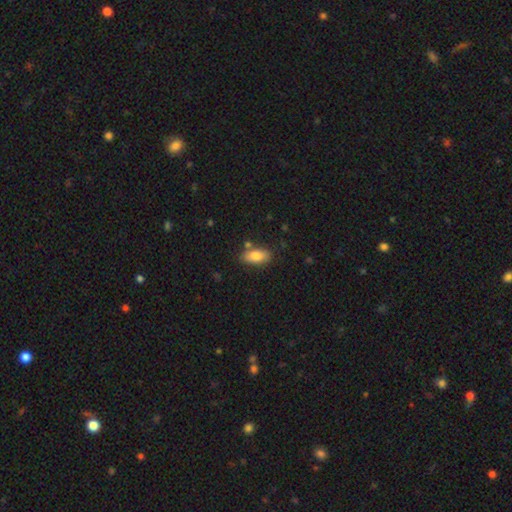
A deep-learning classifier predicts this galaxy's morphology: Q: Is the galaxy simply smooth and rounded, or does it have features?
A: smooth — 83%.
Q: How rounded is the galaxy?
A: in between — 89%.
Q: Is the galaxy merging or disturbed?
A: none — 76%.